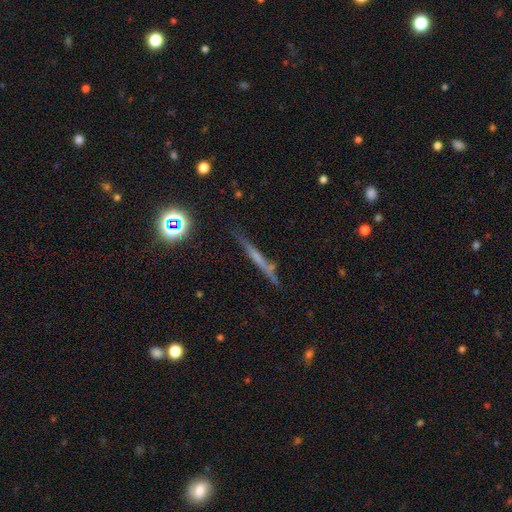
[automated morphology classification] This is possibly a featured or disk galaxy (47%). Merging: likely none (80%).